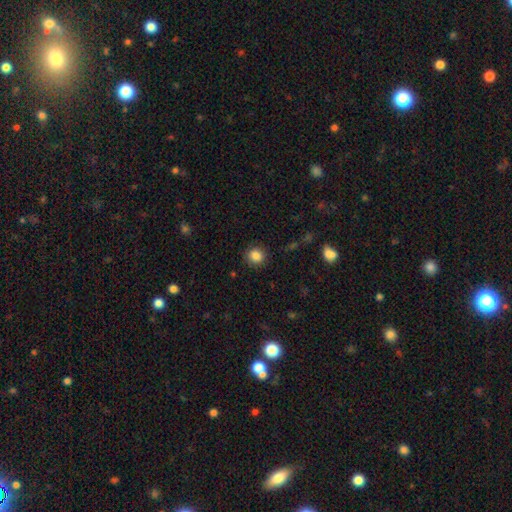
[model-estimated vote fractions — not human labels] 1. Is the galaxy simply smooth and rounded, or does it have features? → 85% smooth, 10% star or artifact, 5% featured or disk.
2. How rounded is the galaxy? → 86% round, 13% in between, 1% cigar-shaped.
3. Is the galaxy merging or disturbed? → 89% none, 7% minor disturbance, 2% major disturbance, 1% merger.